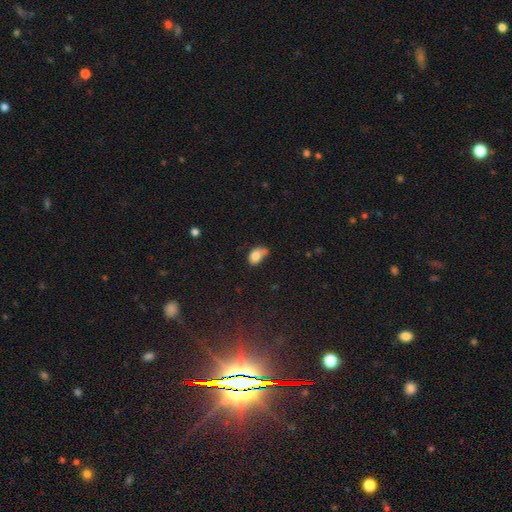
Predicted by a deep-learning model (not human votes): A smooth galaxy with no disk features (80%) that is in between round and cigar-shaped (81%).

Vote fractions:
- Smooth or featured? smooth: 80% / featured or disk: 11% / star or artifact: 10%
- How rounded? in between: 81% / round: 18% / cigar-shaped: 2%
- Merging? minor disturbance: 34% (tied) / none: 34% (tied) / merger: 18% / major disturbance: 15%